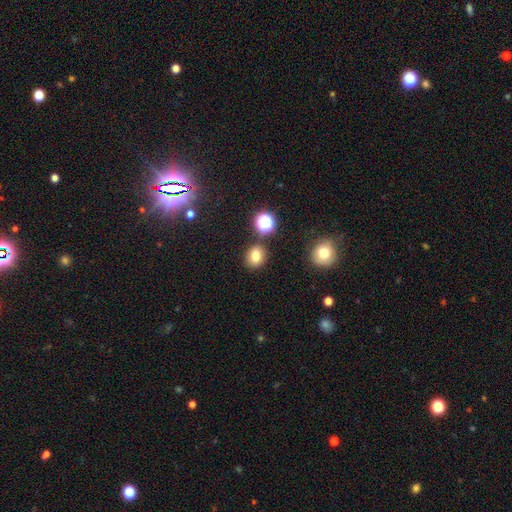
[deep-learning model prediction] Smooth or featured?
  - smooth: 79% *
  - star or artifact: 14%
  - featured or disk: 7%
How rounded?
  - round: 60% *
  - in between: 39%
  - cigar-shaped: 1%
Merging?
  - none: 81% *
  - minor disturbance: 10%
  - merger: 6%
  - major disturbance: 3%